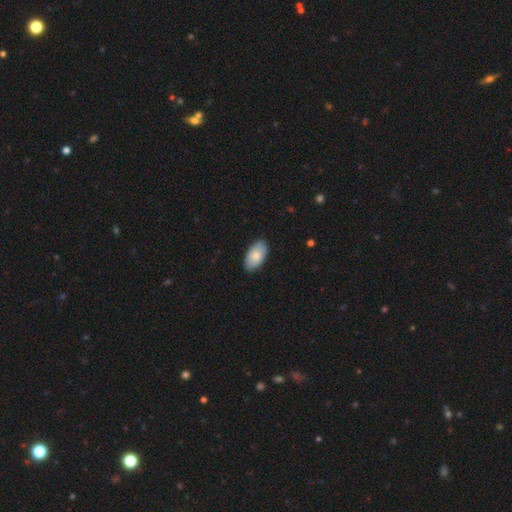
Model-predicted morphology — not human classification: The model was most divided on "smooth or featured": smooth: 82%, featured or disk: 12%, star or artifact: 6%. More confident: how rounded — in between (96%); merging — none (85%).